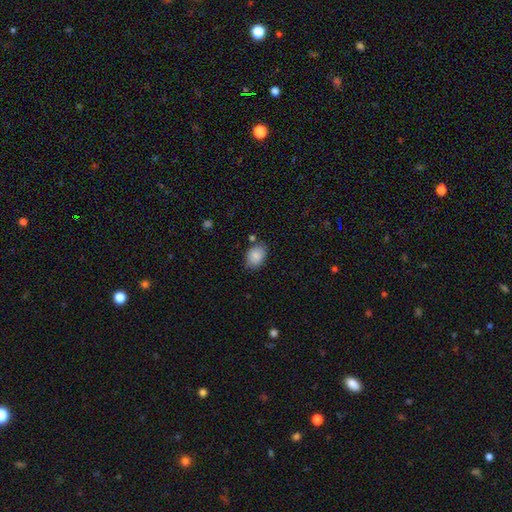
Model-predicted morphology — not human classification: smooth 87%, star or artifact 8%, featured or disk 6%. Down the decision tree: how rounded — in between (72%); merging — none (76%).